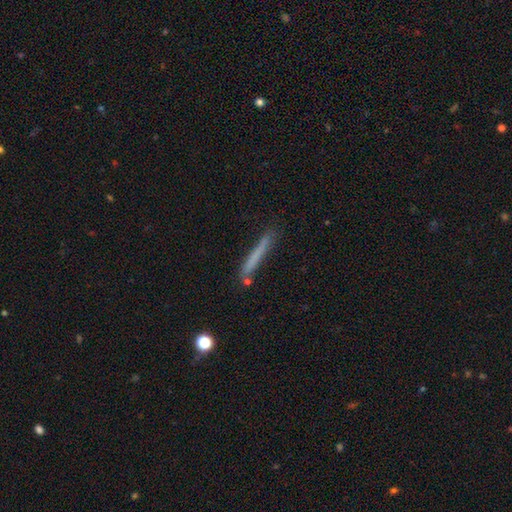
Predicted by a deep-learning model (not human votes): Smooth or featured: smooth — 67% (featured or disk — 26%)
How rounded: cigar-shaped — 96% (in between — 3%)
Merging: none — 78% (minor disturbance — 15%)